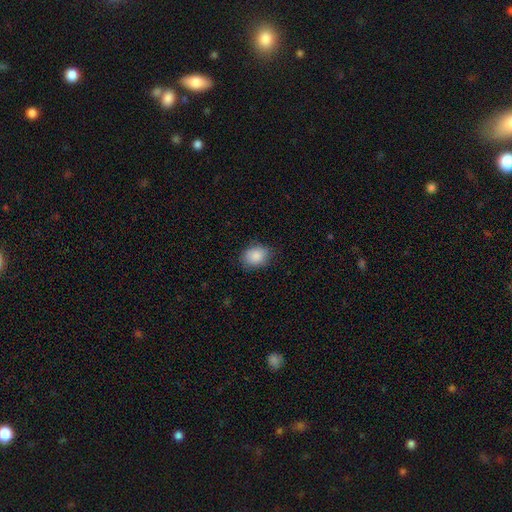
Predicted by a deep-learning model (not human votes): Smooth or featured?
  - smooth: 88% *
  - star or artifact: 8%
  - featured or disk: 5%
How rounded?
  - in between: 58% *
  - round: 41%
  - cigar-shaped: 1%
Merging?
  - none: 81% *
  - minor disturbance: 15%
  - major disturbance: 3%
  - merger: 1%